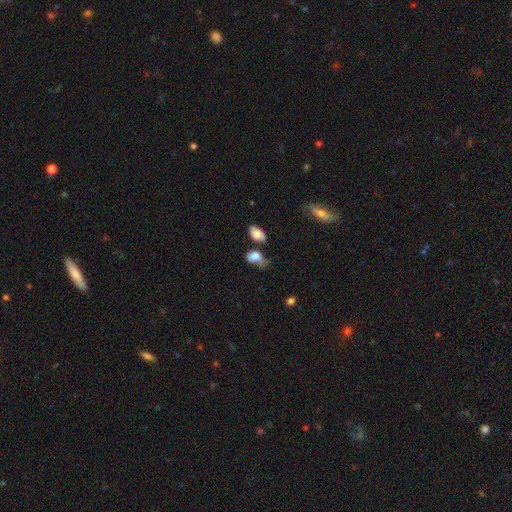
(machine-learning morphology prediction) Q: Smooth or featured?
A: smooth (79%); runner-up: featured or disk (12%)
Q: How rounded?
A: in between (82%); runner-up: round (16%)
Q: Merging?
A: minor disturbance (32%); runner-up: none (31%)